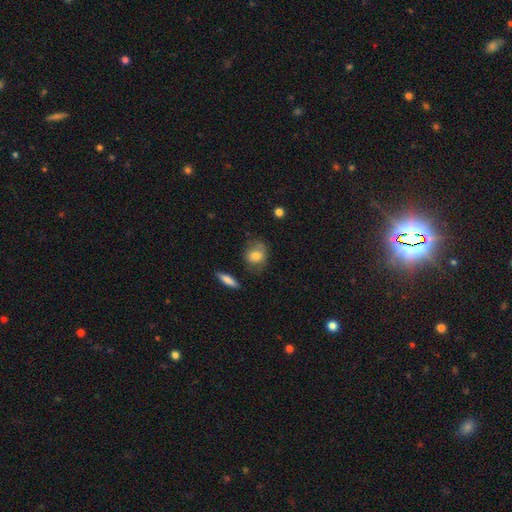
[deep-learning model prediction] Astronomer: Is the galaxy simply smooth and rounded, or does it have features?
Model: smooth — 73%.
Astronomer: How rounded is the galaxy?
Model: round — 52% (runner-up: in between, 46%).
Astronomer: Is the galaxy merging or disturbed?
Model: none — 59%.